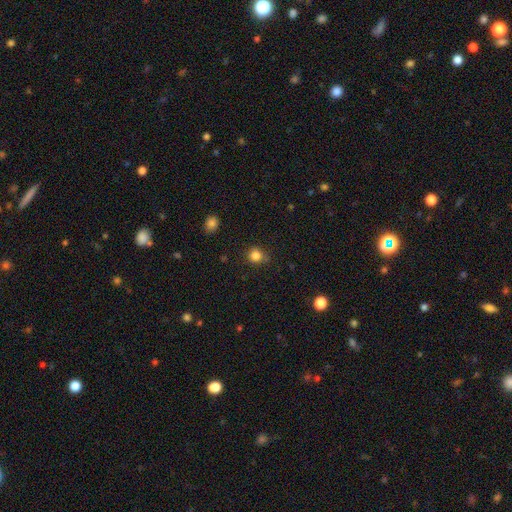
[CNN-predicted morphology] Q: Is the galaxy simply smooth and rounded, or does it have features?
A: smooth — 83%.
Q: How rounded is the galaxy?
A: round — 88%.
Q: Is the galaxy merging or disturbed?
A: none — 80%.